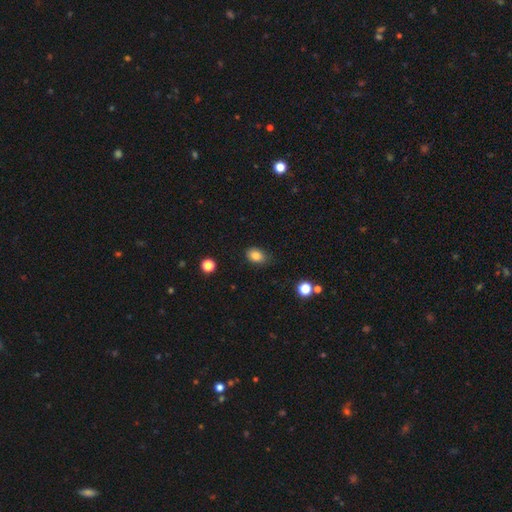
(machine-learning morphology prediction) smooth-or-featured: smooth: 83% | star or artifact: 11% | featured or disk: 6%
  how-rounded: in between: 76% | round: 23% | cigar-shaped: 1%
  merging: none: 78% | minor disturbance: 18% | major disturbance: 3% | merger: 1%